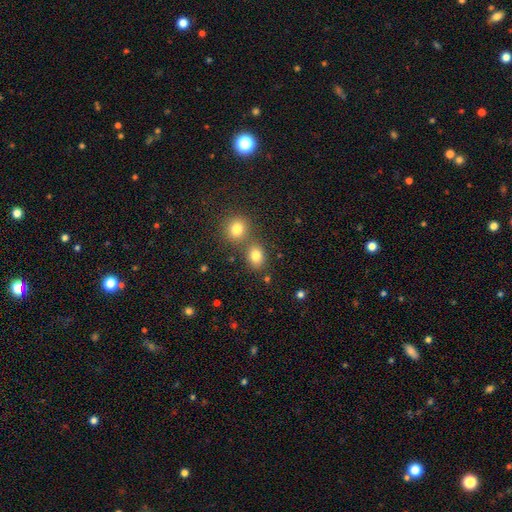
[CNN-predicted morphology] The model was most divided on "how rounded": round: 51%, in between: 48%, cigar-shaped: 1%. More confident: smooth or featured — smooth (81%); merging — none (64%).